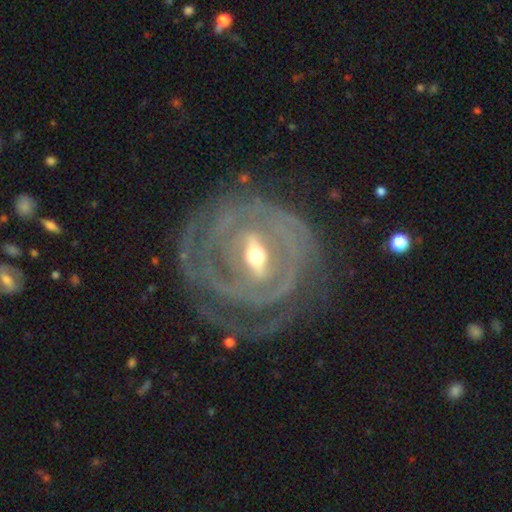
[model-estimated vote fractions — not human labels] Smooth or featured: featured or disk — 88% (smooth — 7%)
Edge-on disk: no — 94% (yes — 6%)
Bar: strong — 56% (weak — 32%)
Spiral arms: yes — 85% (no — 15%)
Spiral winding: tight — 69% (medium — 22%)
Spiral arm count: can't tell — 36% (2 — 26%)
Bulge size: moderate — 50% (small — 42%)
Merging: none — 62% (major disturbance — 19%)